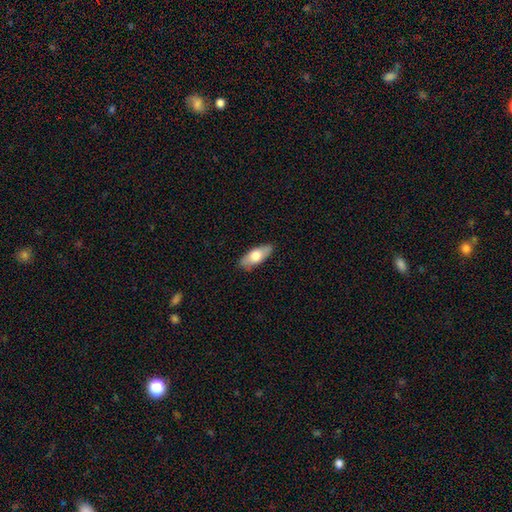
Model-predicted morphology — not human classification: smooth-or-featured: smooth: 68% | featured or disk: 27% | star or artifact: 6%
  how-rounded: in between: 78% | cigar-shaped: 20% | round: 3%
  merging: none: 86% | minor disturbance: 11% | major disturbance: 2% | merger: 1%